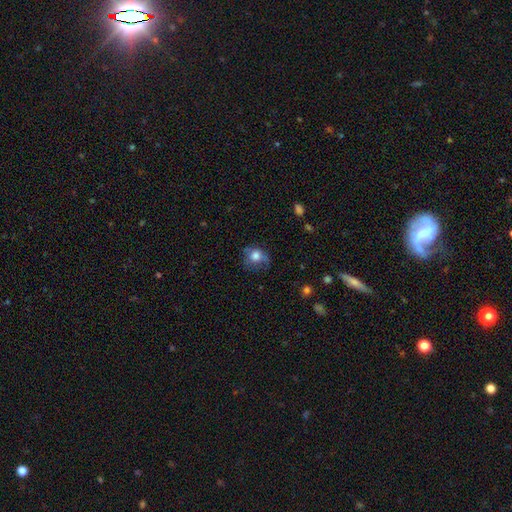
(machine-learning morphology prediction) A smooth galaxy with no disk features (71%) that is round (72%). Merging: none (52%).